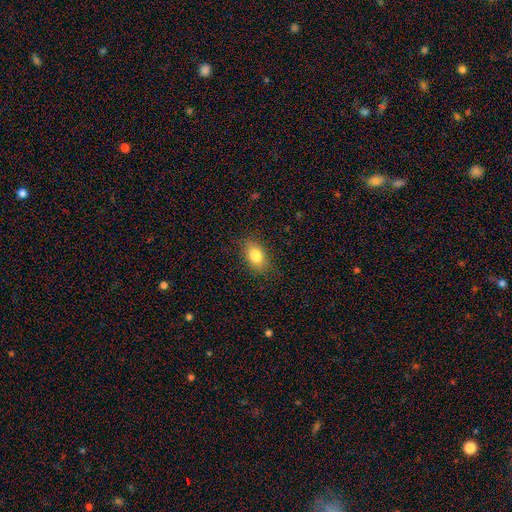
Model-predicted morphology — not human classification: Smooth or featured? Predicted: smooth (p=0.82). How rounded? Predicted: in between (p=0.84). Merging? Predicted: none (p=0.83).